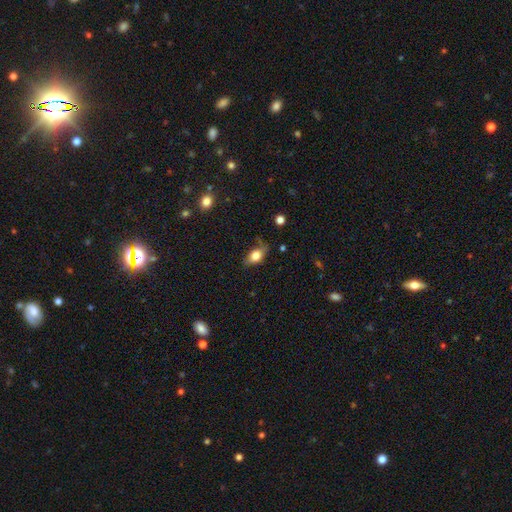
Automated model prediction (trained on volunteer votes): This appears to be a smooth galaxy with no disk features (73%) that is in between round and cigar-shaped (79%). Merging: none (59%).